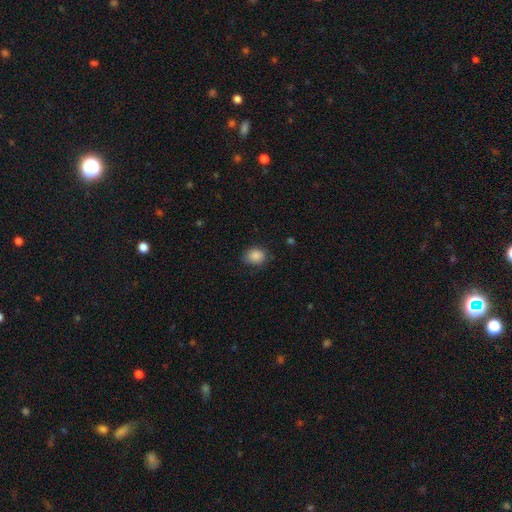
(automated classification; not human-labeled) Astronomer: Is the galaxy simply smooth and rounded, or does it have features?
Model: smooth — 87%.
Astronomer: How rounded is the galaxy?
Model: round — 56% (runner-up: in between, 43%).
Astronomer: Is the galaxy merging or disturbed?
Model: none — 75%.